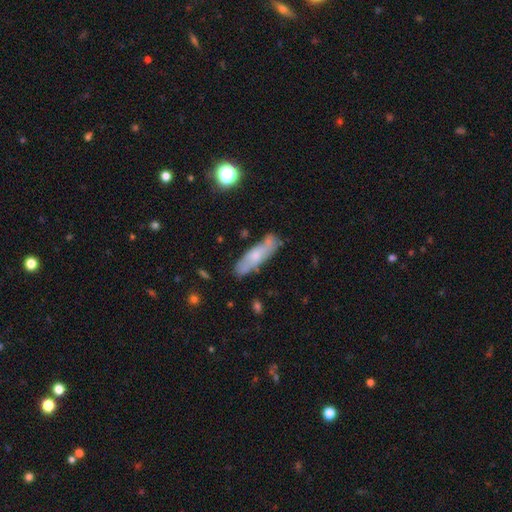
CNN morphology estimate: A smooth galaxy with no disk features (56%) that is cigar-shaped (61%).

Vote fractions:
- Smooth or featured? smooth: 56% / featured or disk: 37% / star or artifact: 7%
- How rounded? cigar-shaped: 61% / in between: 37% / round: 2%
- Merging? none: 72% / minor disturbance: 20% / major disturbance: 4% / merger: 4%